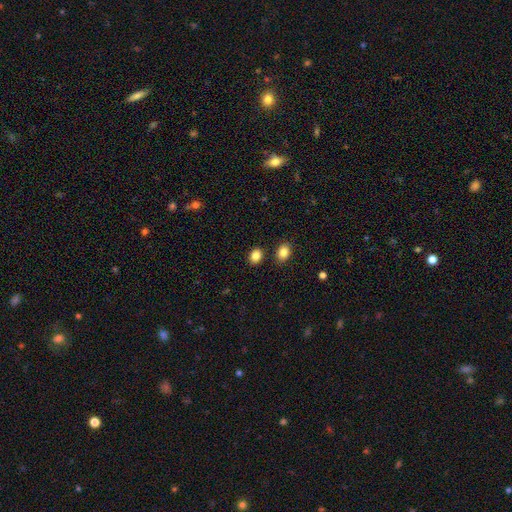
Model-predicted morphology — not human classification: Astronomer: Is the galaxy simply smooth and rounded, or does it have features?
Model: smooth — 86%.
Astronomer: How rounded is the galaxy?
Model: in between — 56% (runner-up: round, 43%).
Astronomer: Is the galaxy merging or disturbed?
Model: none — 82%.